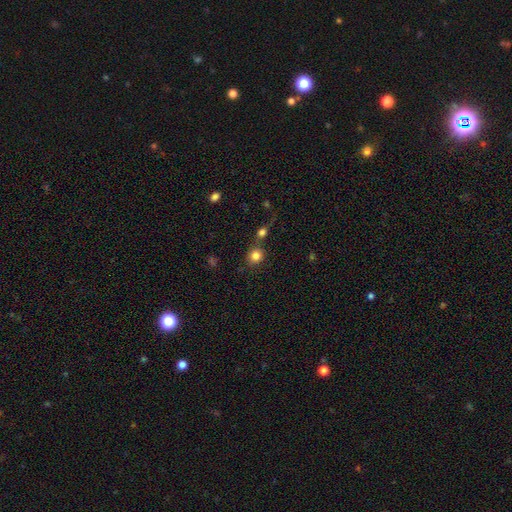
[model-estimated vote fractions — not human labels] Smooth or featured?
  - smooth: 82% *
  - star or artifact: 11%
  - featured or disk: 7%
How rounded?
  - round: 83% *
  - in between: 16%
  - cigar-shaped: 1%
Merging?
  - none: 64% *
  - merger: 22%
  - minor disturbance: 10%
  - major disturbance: 5%